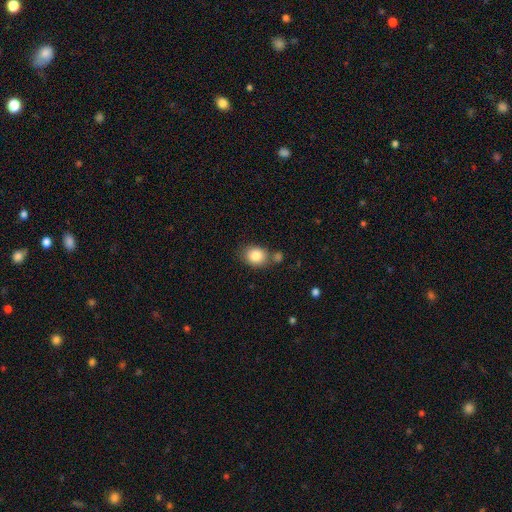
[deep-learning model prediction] Smooth or featured? Predicted: smooth (p=0.84). How rounded? Predicted: round (p=0.59). Merging? Predicted: none (p=0.66).